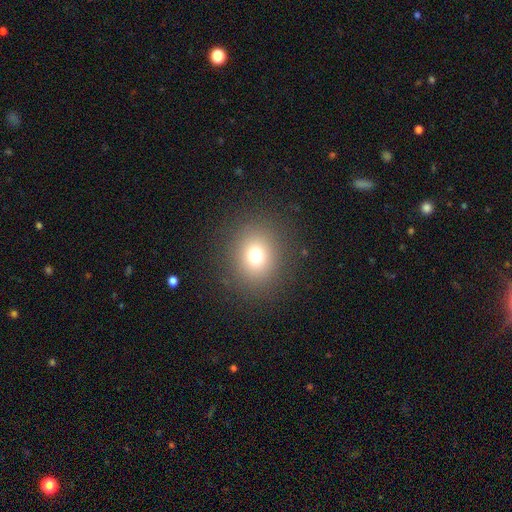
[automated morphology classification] This is likely a smooth galaxy (72%). How rounded: likely round (77%). Merging: clearly none (88%).